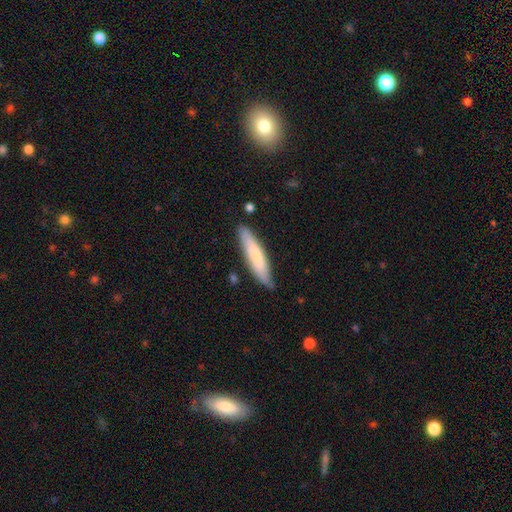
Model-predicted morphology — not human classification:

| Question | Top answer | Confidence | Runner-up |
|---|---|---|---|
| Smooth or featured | smooth | 73% | featured or disk (22%) |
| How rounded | cigar-shaped | 85% | in between (14%) |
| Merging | none | 80% | minor disturbance (16%) |